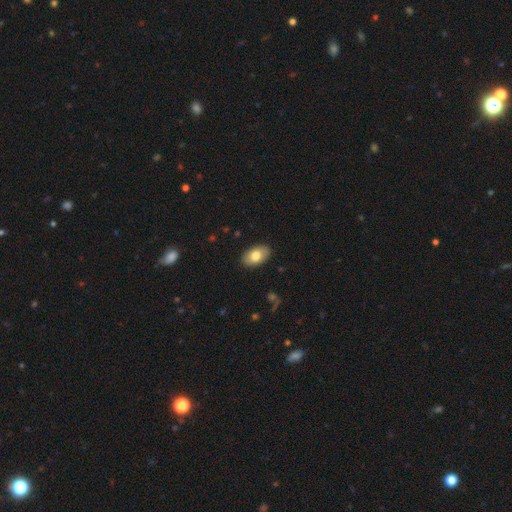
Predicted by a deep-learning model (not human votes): A smooth galaxy with no disk features (78%) that is in between round and cigar-shaped (92%). Merging: none (89%).